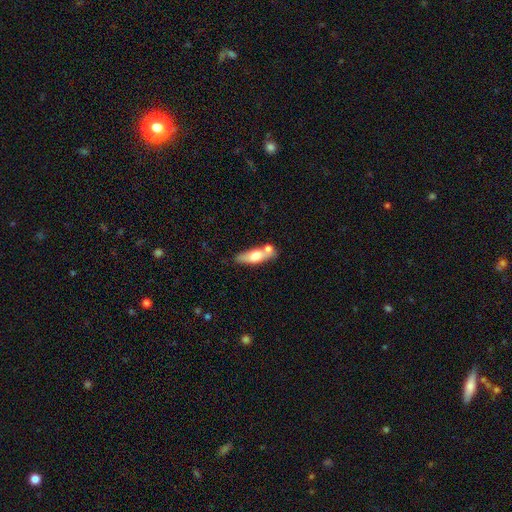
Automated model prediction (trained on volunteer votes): smooth-or-featured: smooth: 62% | featured or disk: 32% | star or artifact: 6%
  how-rounded: in between: 53% | cigar-shaped: 43% | round: 4%
  merging: none: 50% | merger: 30% | minor disturbance: 15% | major disturbance: 5%